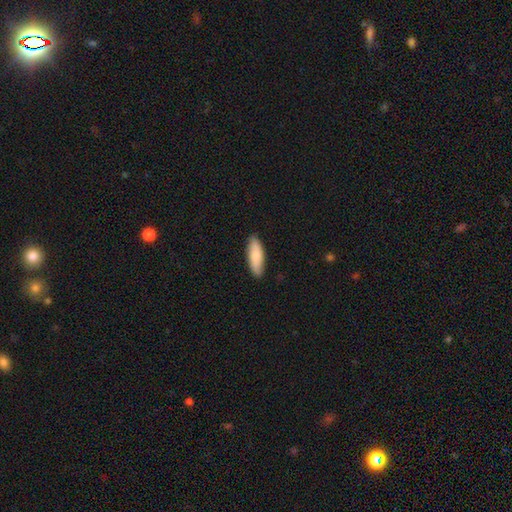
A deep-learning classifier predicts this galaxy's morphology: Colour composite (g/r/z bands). It shows a smooth galaxy with no disk features (79%) that is in between round and cigar-shaped (58%). Merging: none (87%).